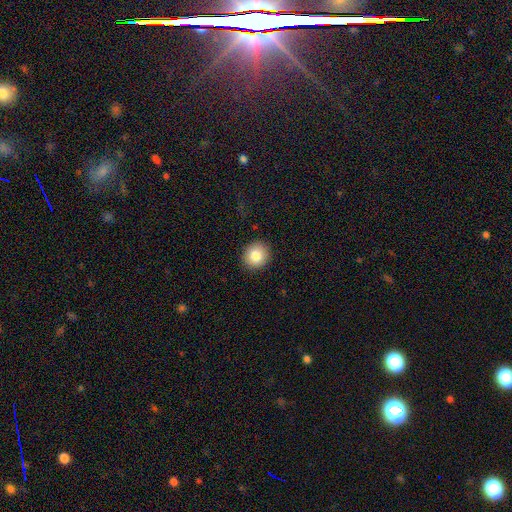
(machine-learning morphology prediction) This appears to be a smooth galaxy with no disk features (83%) that is round (89%). Merging: none (91%).